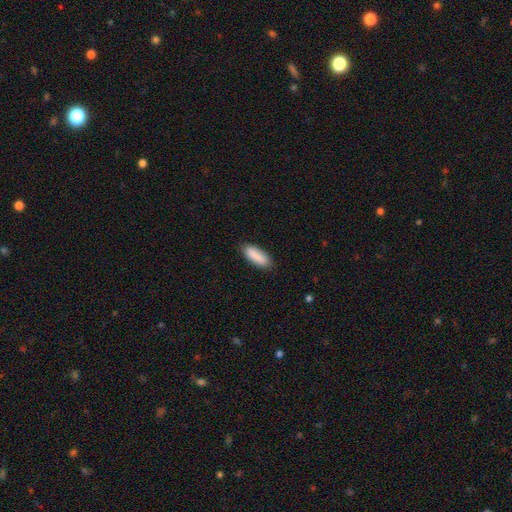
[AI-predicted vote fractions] smooth 88%, star or artifact 7%, featured or disk 6%. Down the decision tree: how rounded — in between (61%); merging — none (83%).